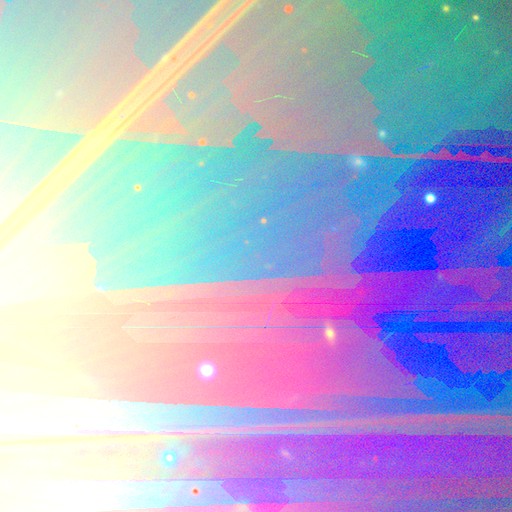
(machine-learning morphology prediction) Smooth or featured? star or artifact (86%)